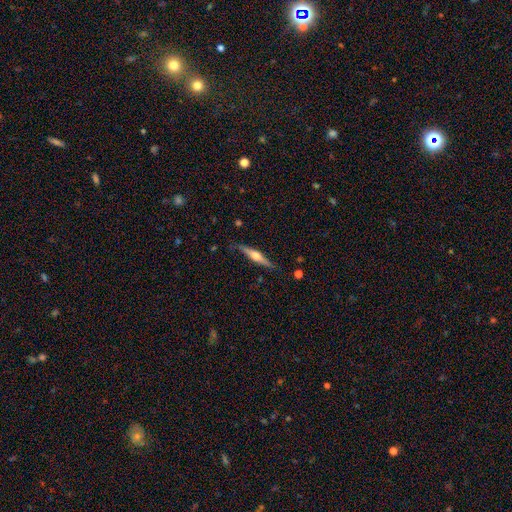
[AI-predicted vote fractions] This is likely a featured or disk galaxy (64%). It is clearly viewed edge-on (97%). Edge-on bulge: clearly rounded (91%). Merging: clearly none (83%).